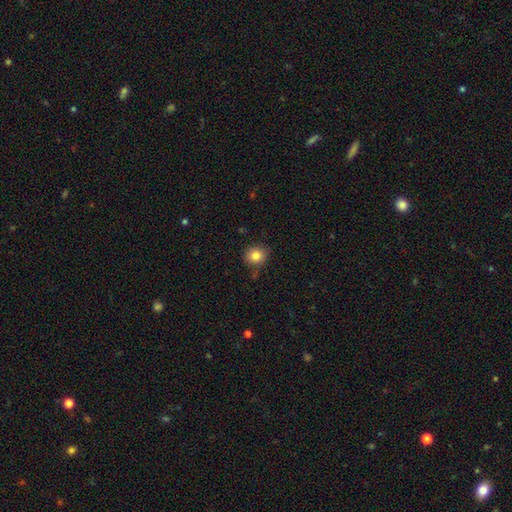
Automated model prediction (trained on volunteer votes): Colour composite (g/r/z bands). It shows a smooth galaxy with no disk features (83%) that is round (83%). Merging: none (83%).